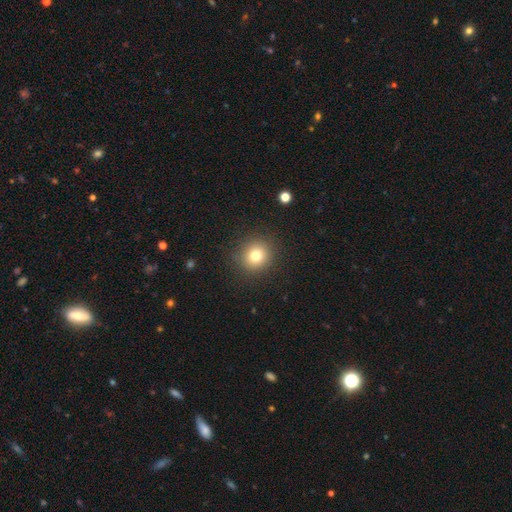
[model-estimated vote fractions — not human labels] Smooth or featured? smooth (78%)
How rounded? round (87%)
Merging? none (89%)